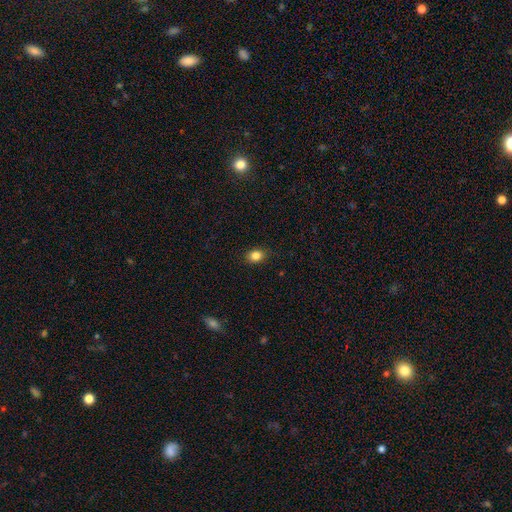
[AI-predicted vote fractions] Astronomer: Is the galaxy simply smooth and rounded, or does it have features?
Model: smooth — 84%.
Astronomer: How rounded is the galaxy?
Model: in between — 59% (runner-up: round, 40%).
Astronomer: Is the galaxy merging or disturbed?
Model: none — 87%.